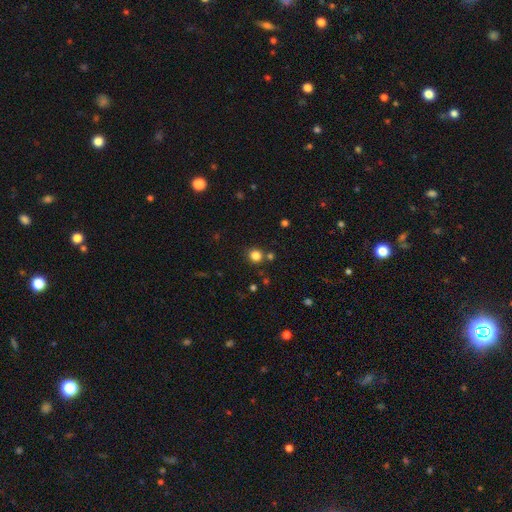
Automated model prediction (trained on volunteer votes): smooth_or_featured: smooth (p=0.81) [alt: star or artifact p=0.14]
how_rounded: round (p=0.89) [alt: in between p=0.10]
merging: none (p=0.80) [alt: merger p=0.09]